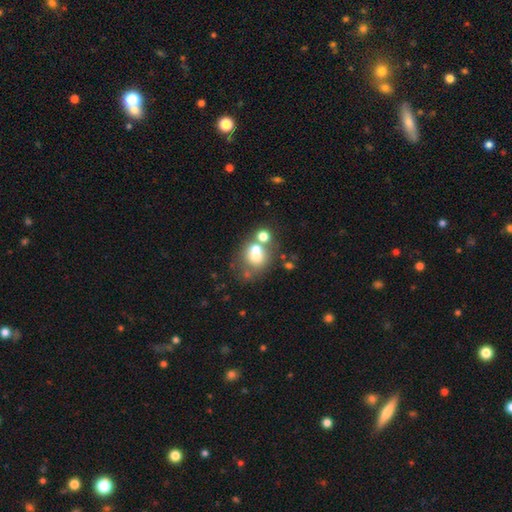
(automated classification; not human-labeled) This is likely a smooth galaxy (60%). How rounded: likely round (75%). Merging: marginally merger (44%).